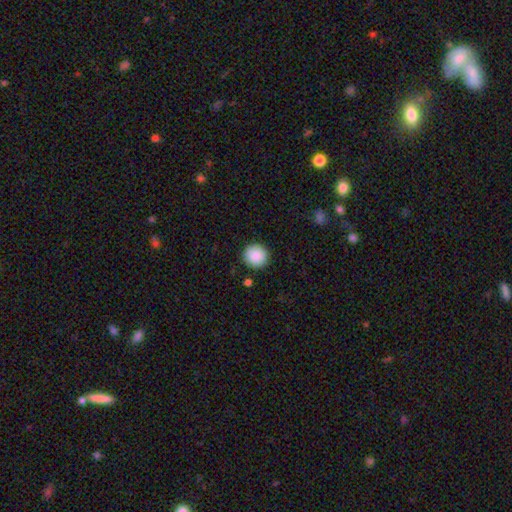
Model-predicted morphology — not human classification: Smooth or featured? Predicted: smooth (p=0.89). How rounded? Predicted: round (p=0.95). Merging? Predicted: none (p=0.91).